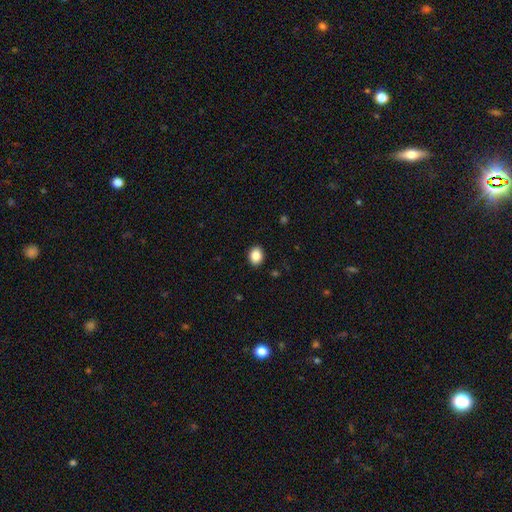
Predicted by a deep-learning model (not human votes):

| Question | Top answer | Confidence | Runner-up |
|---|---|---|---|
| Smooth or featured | smooth | 88% | star or artifact (8%) |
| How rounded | in between | 60% | round (39%) |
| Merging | none | 90% | minor disturbance (7%) |